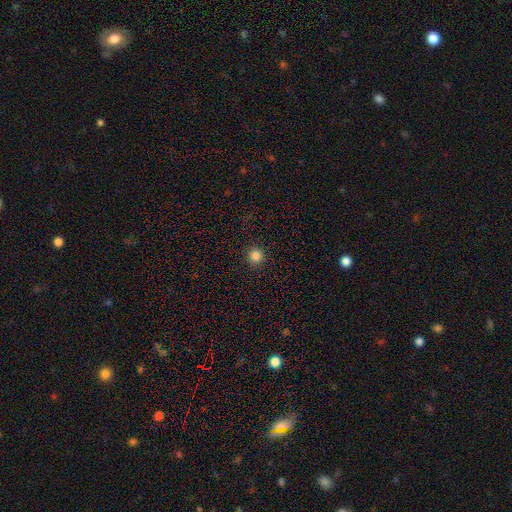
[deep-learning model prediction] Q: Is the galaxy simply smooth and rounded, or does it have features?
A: smooth — 84%.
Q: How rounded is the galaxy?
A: round — 96%.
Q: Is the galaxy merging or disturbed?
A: none — 93%.